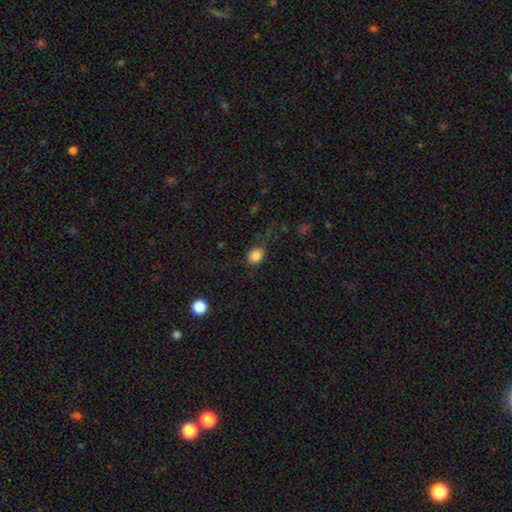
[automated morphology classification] smooth-or-featured: smooth: 84% | star or artifact: 10% | featured or disk: 6%
  how-rounded: in between: 52% | round: 47% | cigar-shaped: 1%
  merging: none: 74% | minor disturbance: 18% | major disturbance: 6% | merger: 2%